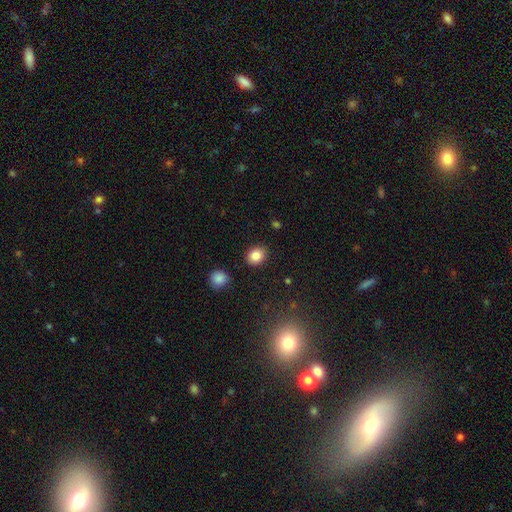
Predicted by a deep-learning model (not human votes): smooth 85%, star or artifact 10%, featured or disk 6%. Down the decision tree: how rounded — round (52%); merging — none (88%).